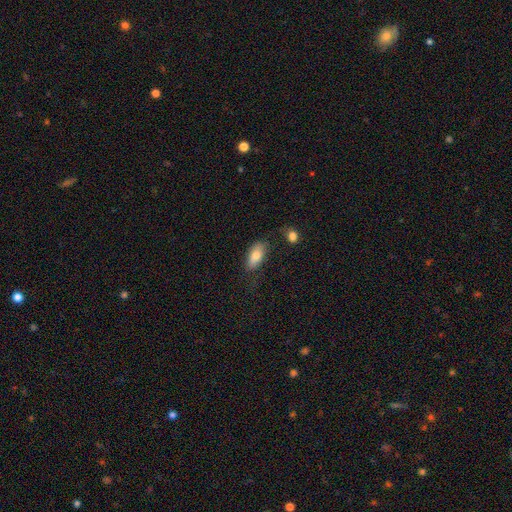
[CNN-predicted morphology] smooth-or-featured: smooth: 78% | featured or disk: 15% | star or artifact: 7%
  how-rounded: in between: 85% | cigar-shaped: 12% | round: 3%
  merging: none: 71% | minor disturbance: 19% | major disturbance: 6% | merger: 4%